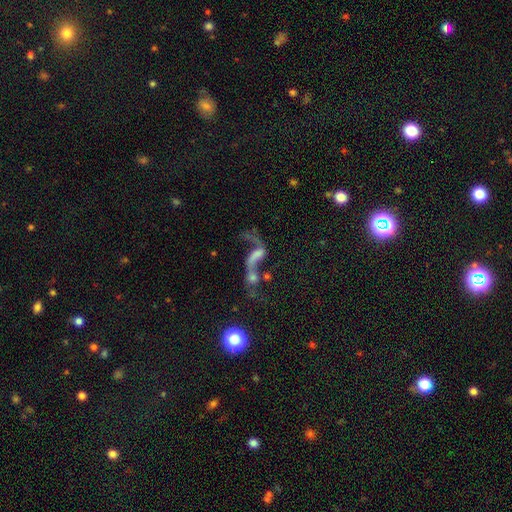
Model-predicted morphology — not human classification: smooth_or_featured: featured or disk (p=0.60) [alt: smooth p=0.25]
disk_edge_on: no (p=0.94) [alt: yes p=0.06]
bar: no (p=0.59) [alt: weak p=0.26]
has_spiral_arms: yes (p=0.61) [alt: no p=0.39]
bulge_size: none (p=0.54) [alt: small p=0.19]
merging: merger (p=0.55) [alt: major disturbance p=0.21]